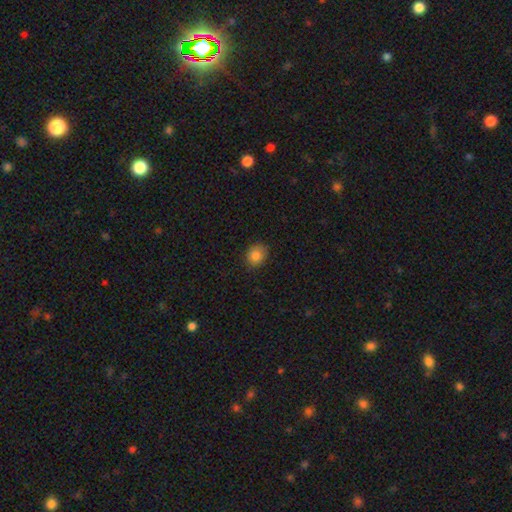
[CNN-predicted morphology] Smooth or featured?
  - smooth: 84% *
  - star or artifact: 11%
  - featured or disk: 5%
How rounded?
  - round: 73% *
  - in between: 27%
  - cigar-shaped: 1%
Merging?
  - none: 84% *
  - minor disturbance: 13%
  - major disturbance: 3%
  - merger: 1%